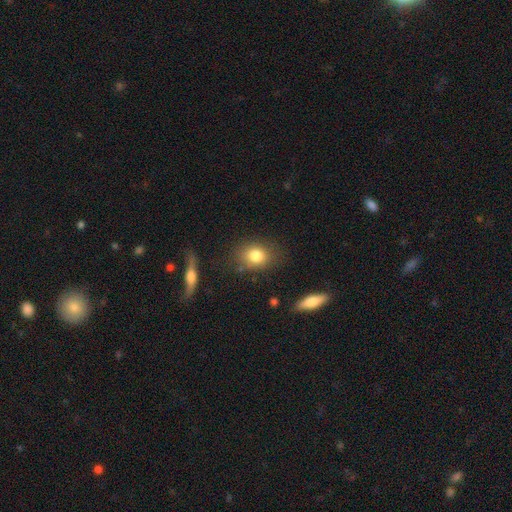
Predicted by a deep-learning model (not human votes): Smooth or featured? Predicted: smooth (p=0.81). How rounded? Predicted: in between (p=0.51). Merging? Predicted: none (p=0.76).